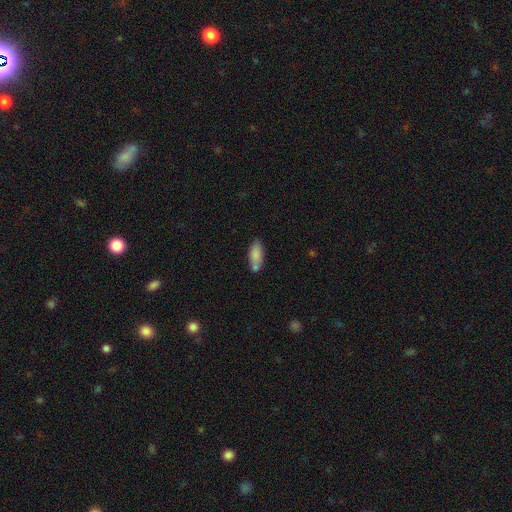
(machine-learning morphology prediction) Smooth or featured? smooth (82%)
How rounded? in between (82%)
Merging? none (59%)